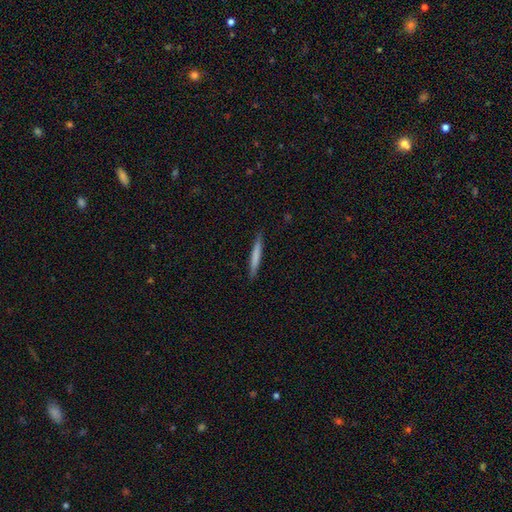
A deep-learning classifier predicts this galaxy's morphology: Q: Smooth or featured?
A: smooth (70%); runner-up: featured or disk (24%)
Q: How rounded?
A: cigar-shaped (96%); runner-up: in between (3%)
Q: Merging?
A: none (89%); runner-up: minor disturbance (8%)